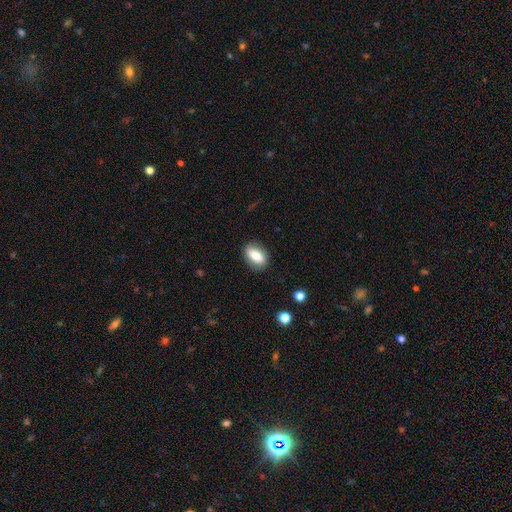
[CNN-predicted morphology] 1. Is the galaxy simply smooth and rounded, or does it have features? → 77% smooth, 15% featured or disk, 7% star or artifact.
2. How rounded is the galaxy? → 85% in between, 11% round, 4% cigar-shaped.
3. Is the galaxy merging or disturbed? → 84% none, 12% minor disturbance, 3% major disturbance, 1% merger.